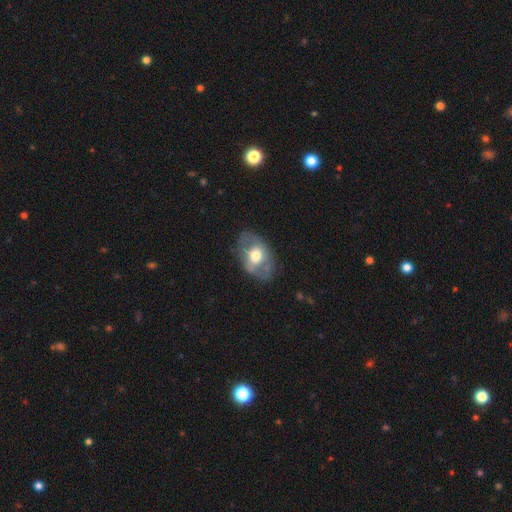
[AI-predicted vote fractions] Smooth or featured? featured or disk (48%)
Merging? none (71%)